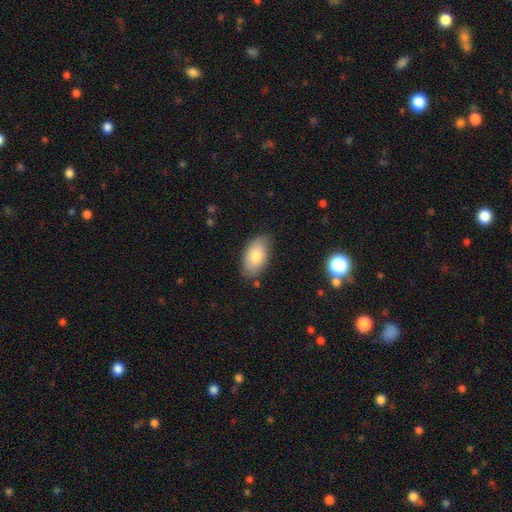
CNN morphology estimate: Smooth or featured? Predicted: smooth (p=0.80). How rounded? Predicted: in between (p=0.94). Merging? Predicted: none (p=0.78).